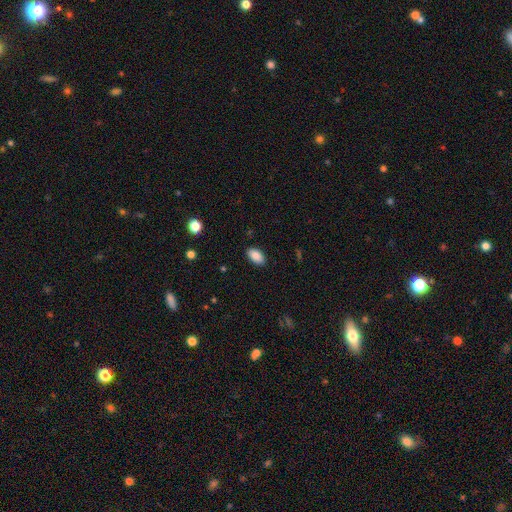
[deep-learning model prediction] Smooth or featured? Predicted: smooth (p=0.88). How rounded? Predicted: in between (p=0.94). Merging? Predicted: none (p=0.88).